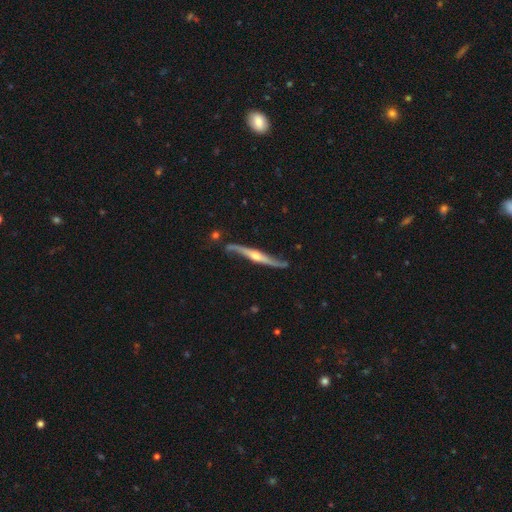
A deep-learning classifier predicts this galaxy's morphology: featured or disk 85%, smooth 11%, star or artifact 5%. Down the decision tree: edge-on disk — yes (86%); edge-on bulge — rounded (87%); merging — none (72%).